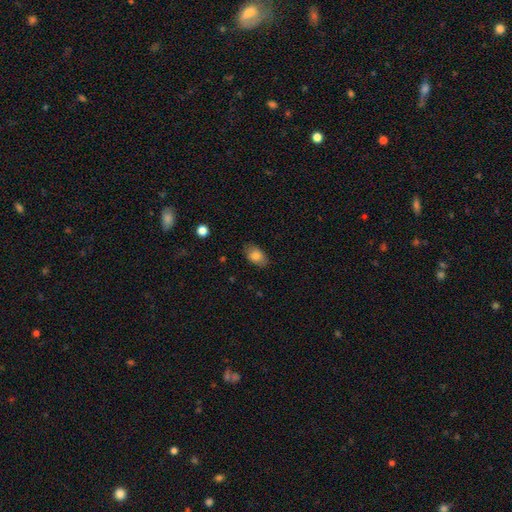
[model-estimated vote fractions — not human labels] Smooth or featured?
  - smooth: 81% *
  - featured or disk: 11%
  - star or artifact: 8%
How rounded?
  - in between: 89% *
  - round: 9%
  - cigar-shaped: 2%
Merging?
  - none: 82% *
  - minor disturbance: 14%
  - major disturbance: 3%
  - merger: 1%